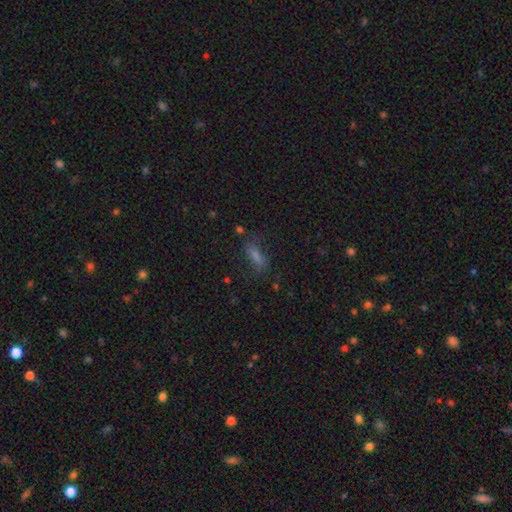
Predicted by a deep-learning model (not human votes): Overall: smooth (56%; star or artifact 27%). How rounded: in between (57%; cigar-shaped 37%). Merging: none (69%).